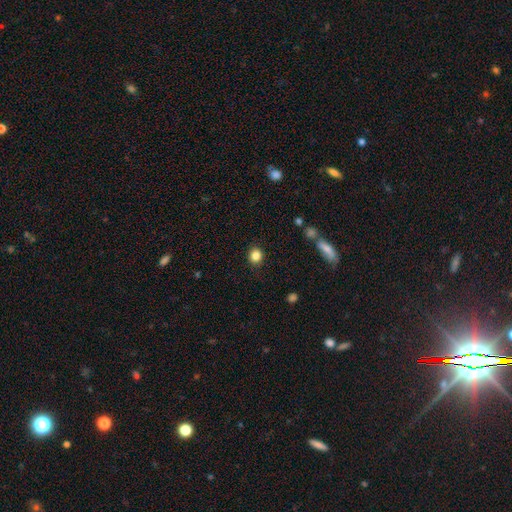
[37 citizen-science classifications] Overall: smooth (95%). How rounded: round (94%). Merging: none (86%).